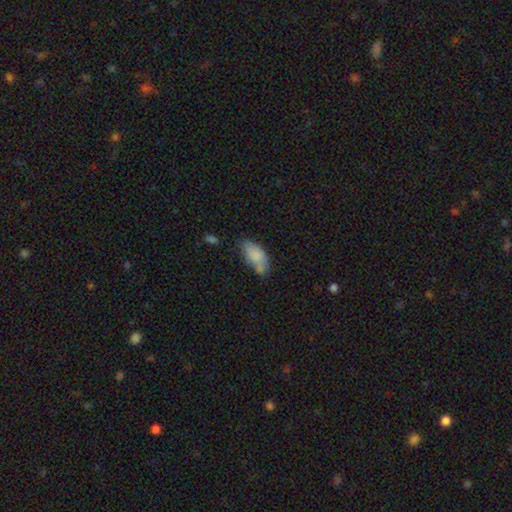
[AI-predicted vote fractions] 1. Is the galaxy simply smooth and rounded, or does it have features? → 81% smooth, 12% featured or disk, 8% star or artifact.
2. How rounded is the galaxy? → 92% in between, 4% cigar-shaped, 4% round.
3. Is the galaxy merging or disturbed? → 47% none, 27% minor disturbance, 17% merger, 8% major disturbance.